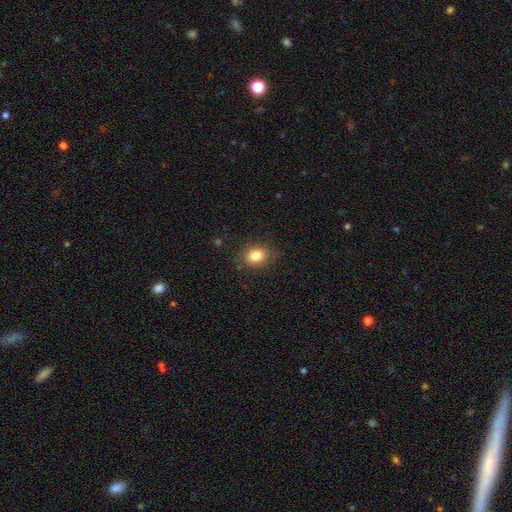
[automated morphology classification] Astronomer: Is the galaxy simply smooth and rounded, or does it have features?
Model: smooth — 82%.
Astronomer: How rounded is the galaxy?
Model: in between — 51% (runner-up: round, 48%).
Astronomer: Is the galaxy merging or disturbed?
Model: none — 84%.